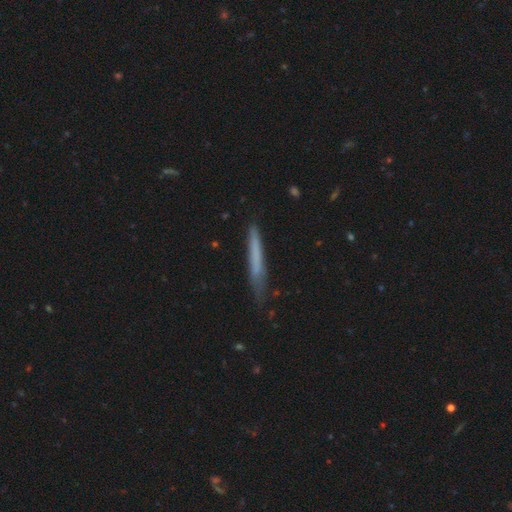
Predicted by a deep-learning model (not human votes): This is likely a smooth galaxy (64%). How rounded: clearly cigar-shaped (96%). Merging: likely none (76%).